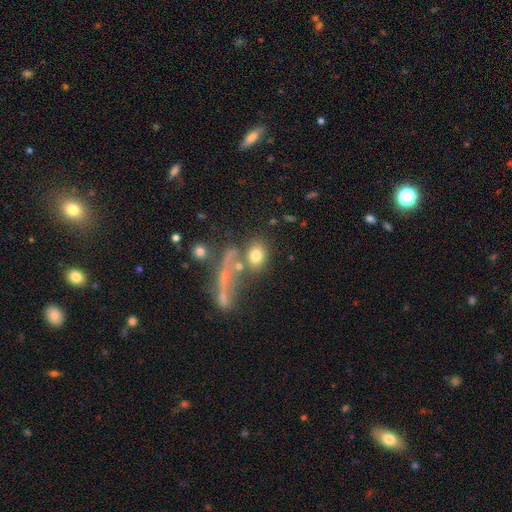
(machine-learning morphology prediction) Smooth or featured? smooth (73%)
How rounded? in between (60%)
Merging? none (58%)